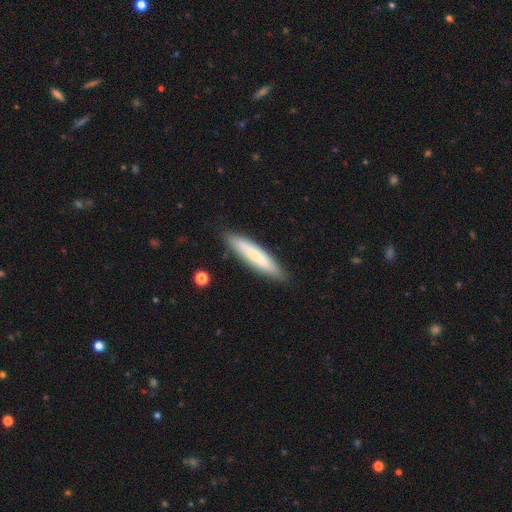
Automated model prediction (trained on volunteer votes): Smooth or featured? smooth (64%)
How rounded? cigar-shaped (87%)
Merging? none (86%)